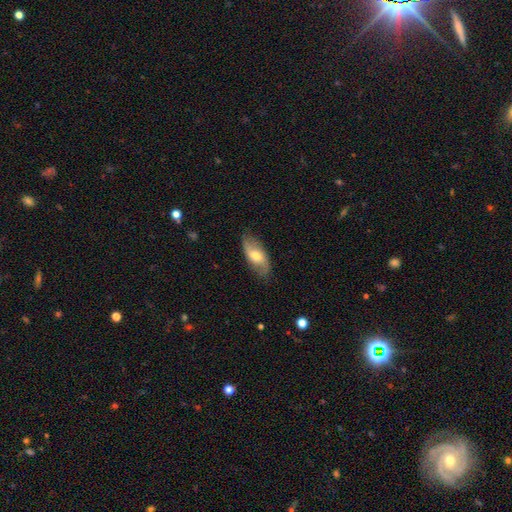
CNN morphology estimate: Overall: smooth (48%; featured or disk 46%). Merging: none (80%).